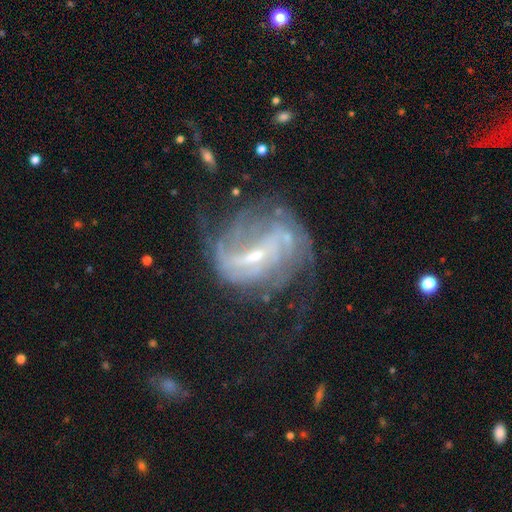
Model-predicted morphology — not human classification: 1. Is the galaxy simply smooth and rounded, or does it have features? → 83% featured or disk, 9% star or artifact, 8% smooth.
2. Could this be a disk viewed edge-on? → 96% no, 4% yes.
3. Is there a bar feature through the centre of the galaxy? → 43% weak, 40% strong, 17% no.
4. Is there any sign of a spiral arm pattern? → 88% yes, 12% no.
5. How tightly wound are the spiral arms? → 40% medium, 31% loose, 29% tight.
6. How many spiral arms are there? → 36% 2, 33% can't tell, 12% 3, 7% 1, 7% 4, 5% more than 4.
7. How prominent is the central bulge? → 67% small, 24% moderate, 6% none, 2% large, 1% dominant.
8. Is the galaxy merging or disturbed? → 47% none, 29% major disturbance, 20% minor disturbance, 4% merger.